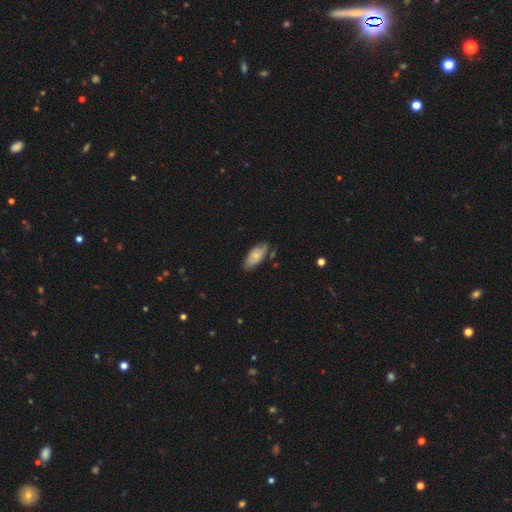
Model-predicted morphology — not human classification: smooth 70%, featured or disk 24%, star or artifact 6%. Down the decision tree: how rounded — in between (87%); merging — none (70%).